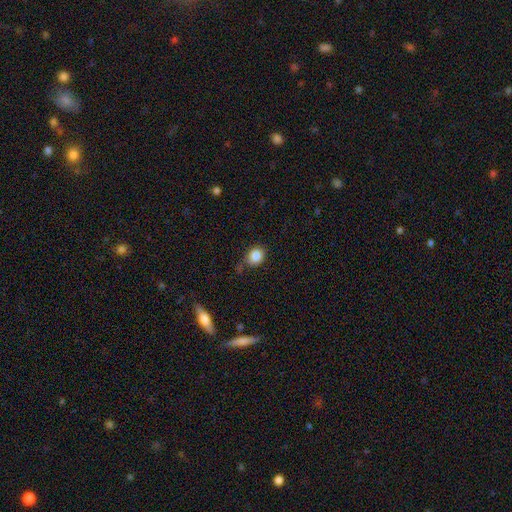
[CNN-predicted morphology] This is clearly a smooth galaxy (85%). How rounded: likely round (65%). Merging: likely none (70%).